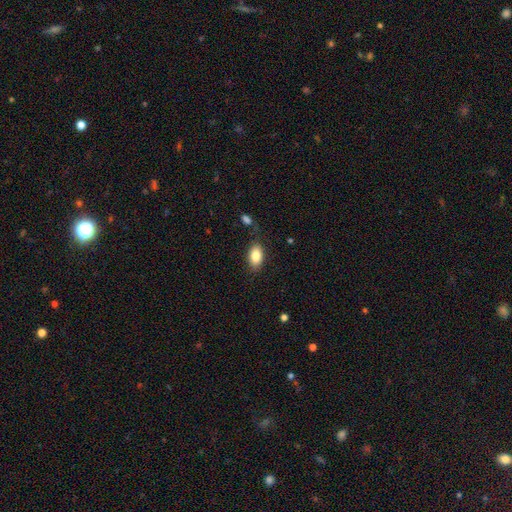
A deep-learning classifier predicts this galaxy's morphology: Smooth or featured: smooth — 84% (featured or disk — 8%)
How rounded: in between — 91% (round — 6%)
Merging: none — 80% (minor disturbance — 13%)